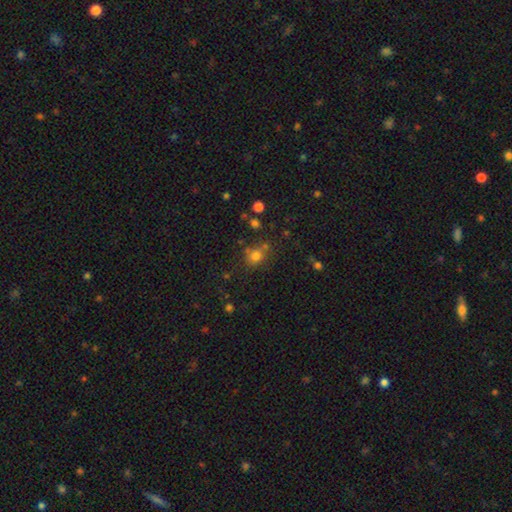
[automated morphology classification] smooth 74%, star or artifact 18%, featured or disk 8%. Down the decision tree: how rounded — round (73%); merging — none (68%).